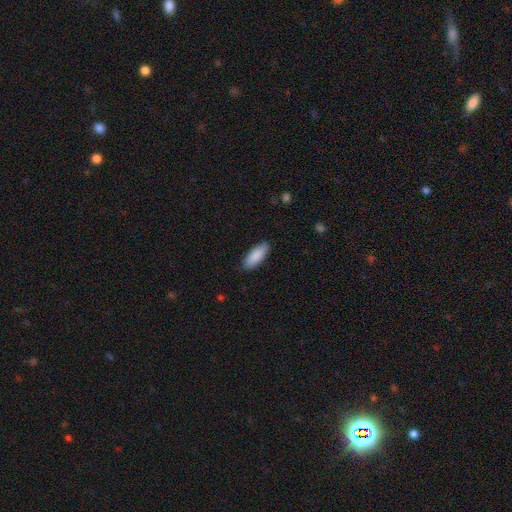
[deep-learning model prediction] Smooth or featured? smooth (89%)
How rounded? in between (72%)
Merging? none (86%)